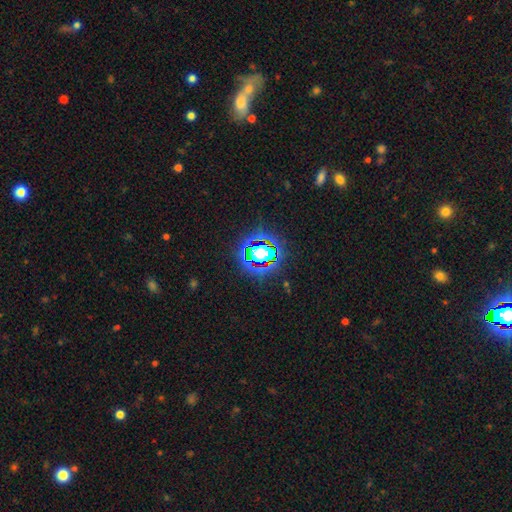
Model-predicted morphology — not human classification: This is likely a star or artifact rather than a galaxy (79%).